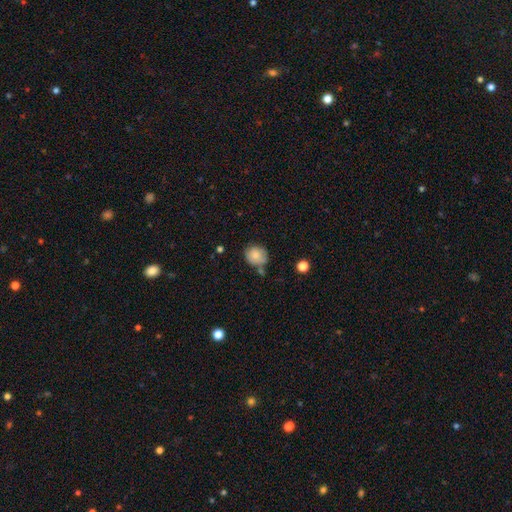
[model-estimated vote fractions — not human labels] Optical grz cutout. It shows a smooth galaxy with no disk features (80%) that is round (72%). Merging: none (59%).